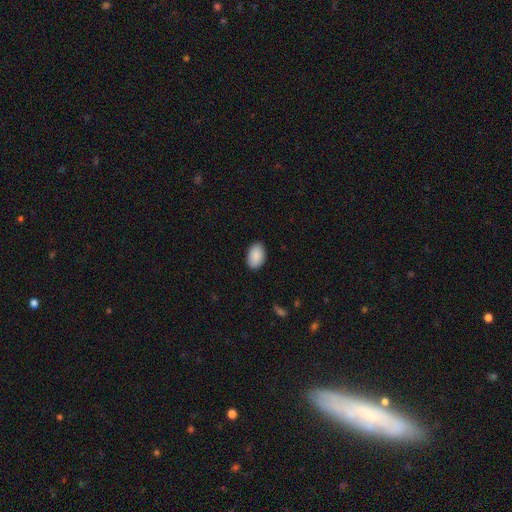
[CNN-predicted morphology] This appears to be a smooth galaxy with no disk features (90%) that is in between round and cigar-shaped (91%). Merging: none (88%).